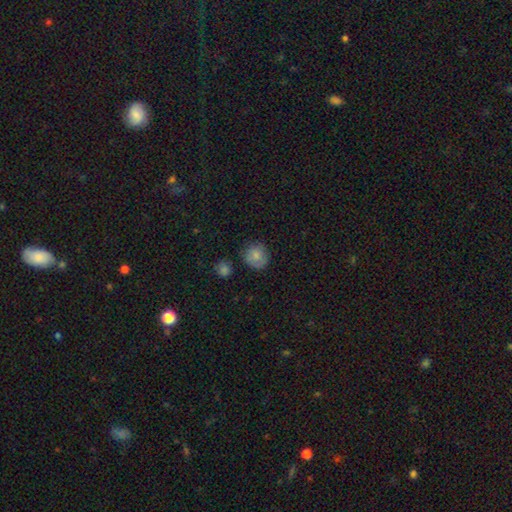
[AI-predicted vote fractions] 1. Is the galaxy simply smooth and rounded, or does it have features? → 81% smooth, 10% featured or disk, 9% star or artifact.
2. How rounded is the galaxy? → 86% round, 14% in between, 1% cigar-shaped.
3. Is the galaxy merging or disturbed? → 75% none, 17% minor disturbance, 4% major disturbance, 4% merger.